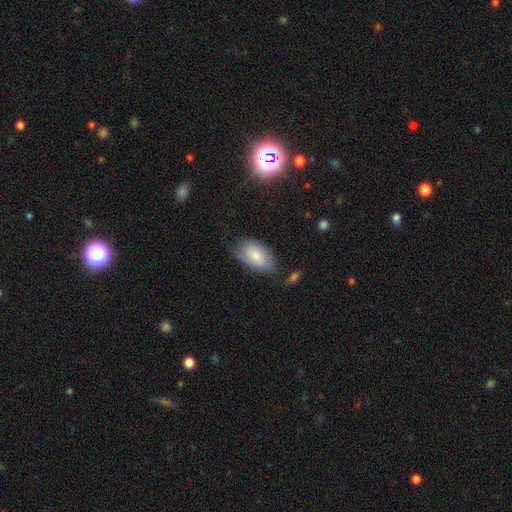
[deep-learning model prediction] This is likely a smooth galaxy (61%). How rounded: clearly in between (93%). Merging: possibly none (56%).